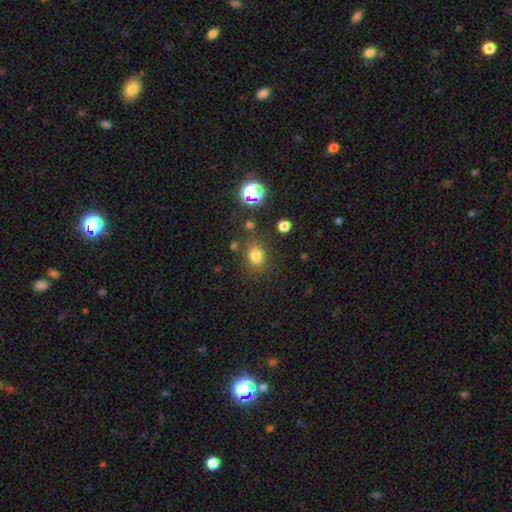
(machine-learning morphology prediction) A smooth galaxy with no disk features (77%) that is round (51%).

Vote fractions:
- Smooth or featured? smooth: 77% / star or artifact: 16% / featured or disk: 7%
- How rounded? round: 51% / in between: 48% / cigar-shaped: 1%
- Merging? none: 76% / minor disturbance: 13% / merger: 5% / major disturbance: 5%